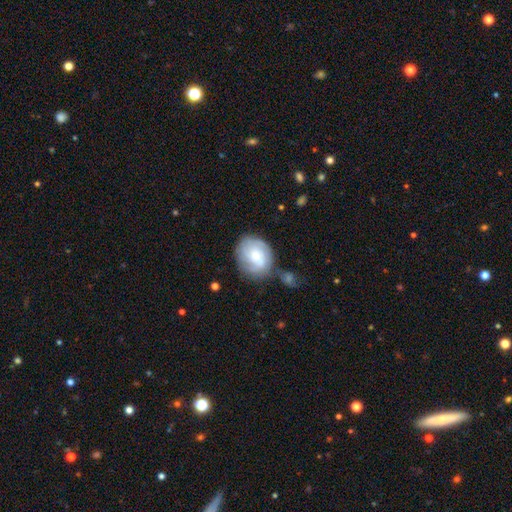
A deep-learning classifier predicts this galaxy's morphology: This appears to be a featured or disk galaxy (58%) with no bar (71%), spiral arms (83%) and a small central bulge (64%). Merging: none (57%).